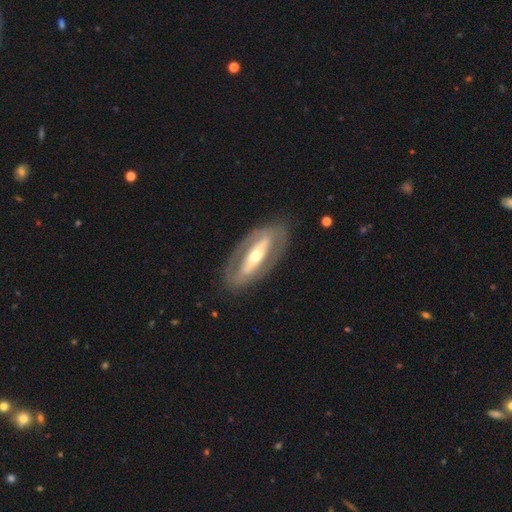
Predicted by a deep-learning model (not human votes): A featured or disk galaxy (75%) with a strong bar (52%), no spiral arms (67%) and a moderate central bulge (59%). Merging: none (81%).